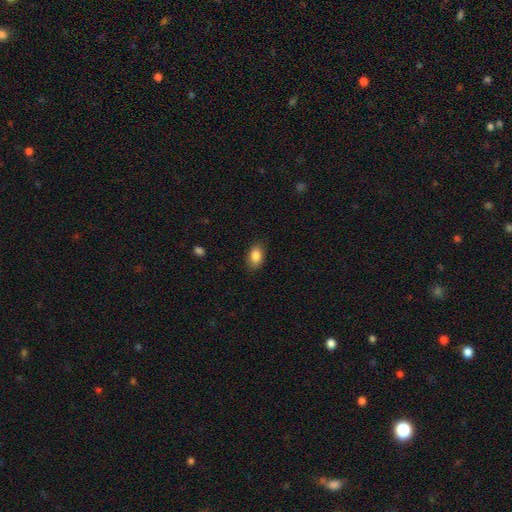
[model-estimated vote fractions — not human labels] The model was most divided on "merging": none: 86%, minor disturbance: 11%, major disturbance: 2%, merger: 1%. More confident: how rounded — in between (88%); smooth or featured — smooth (85%).